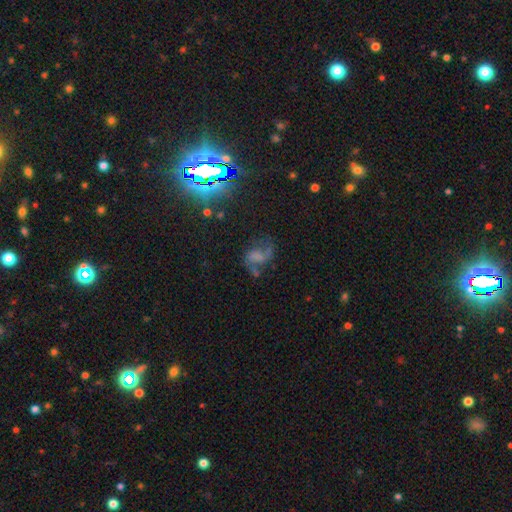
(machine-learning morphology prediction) This appears to be a featured or disk galaxy (56%) with no bar (53%), spiral arms (84%) and no central bulge (54%). Merging: none (55%).